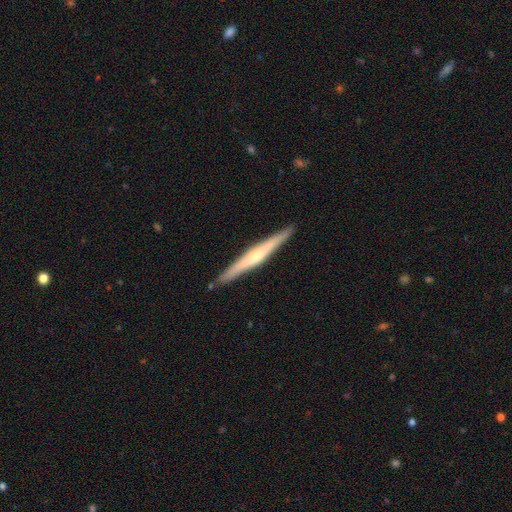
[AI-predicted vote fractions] Smooth or featured: featured or disk — 63% (smooth — 32%)
Edge-on disk: yes — 97% (no — 3%)
Edge-on bulge: rounded — 67% (none — 24%)
Merging: none — 91% (minor disturbance — 7%)